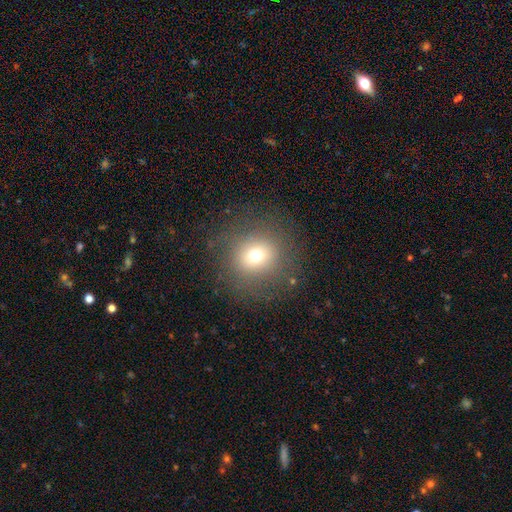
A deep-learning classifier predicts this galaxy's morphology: smooth_or_featured: smooth (p=0.69) [alt: star or artifact p=0.18]
how_rounded: round (p=0.87) [alt: in between p=0.13]
merging: none (p=0.83) [alt: minor disturbance p=0.09]